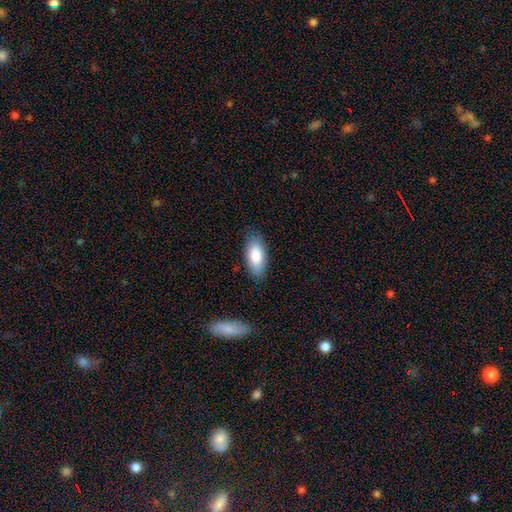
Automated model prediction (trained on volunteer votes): smooth_or_featured: smooth (p=0.84) [alt: featured or disk p=0.10]
how_rounded: in between (p=0.87) [alt: cigar-shaped p=0.10]
merging: none (p=0.83) [alt: minor disturbance p=0.13]